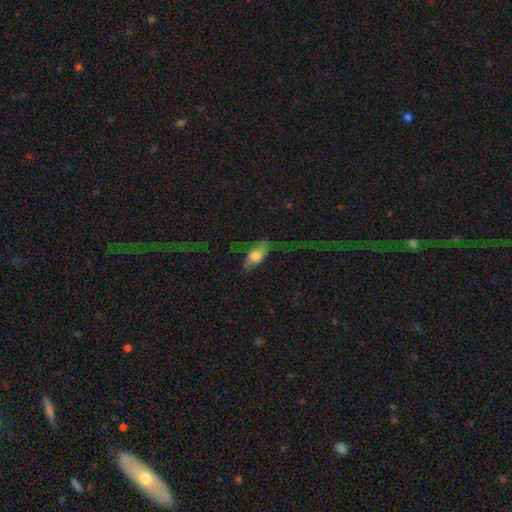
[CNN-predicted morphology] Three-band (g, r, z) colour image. It shows a smooth galaxy with no disk features (60%) that is in between round and cigar-shaped (79%). Merging: none (51%).